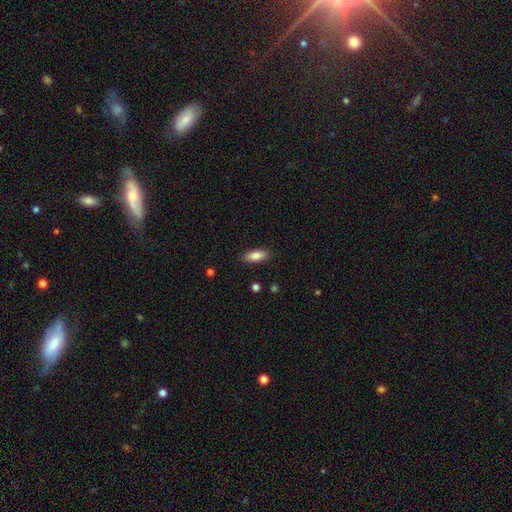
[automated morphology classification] smooth 85%, featured or disk 8%, star or artifact 7%. Down the decision tree: how rounded — in between (80%); merging — none (87%).